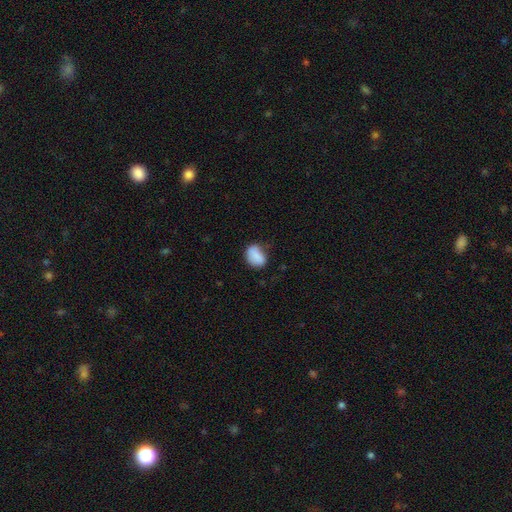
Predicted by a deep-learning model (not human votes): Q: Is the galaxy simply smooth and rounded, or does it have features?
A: smooth — 85%.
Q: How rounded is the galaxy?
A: in between — 77%.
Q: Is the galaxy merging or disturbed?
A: none — 56%.